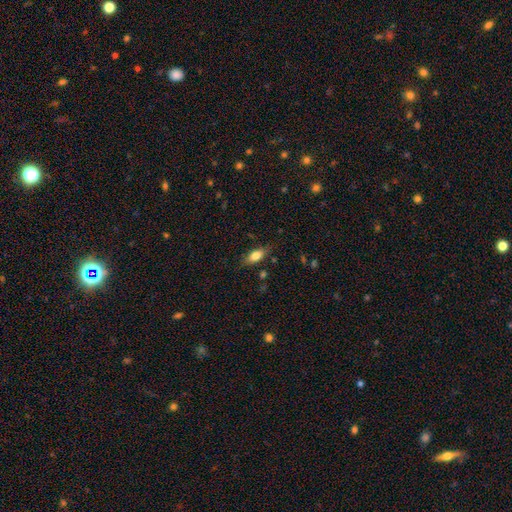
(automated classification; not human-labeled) Smooth or featured? smooth (75%)
How rounded? in between (77%)
Merging? none (79%)